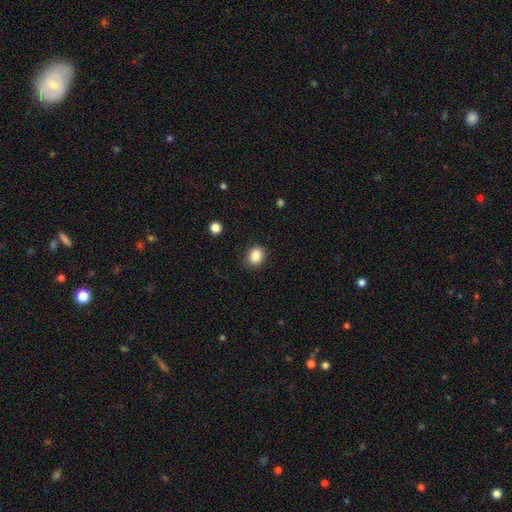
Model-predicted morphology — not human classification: Smooth or featured? Predicted: smooth (p=0.87). How rounded? Predicted: in between (p=0.55). Merging? Predicted: none (p=0.81).